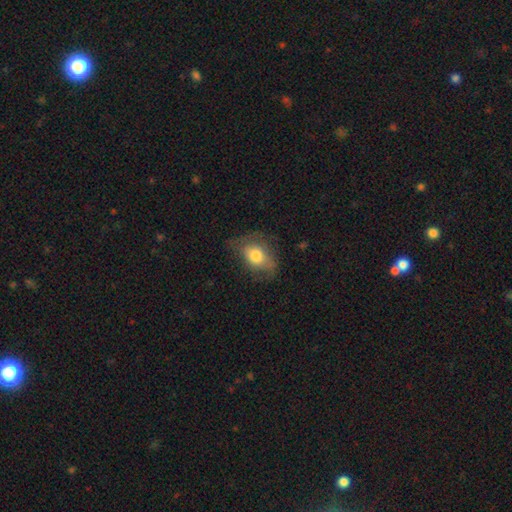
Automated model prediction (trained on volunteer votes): A smooth galaxy with no disk features (70%) that is in between round and cigar-shaped (71%).

Vote fractions:
- Smooth or featured? smooth: 70% / featured or disk: 22% / star or artifact: 8%
- How rounded? in between: 71% / round: 27% / cigar-shaped: 2%
- Merging? none: 55% / minor disturbance: 28% / major disturbance: 16% / merger: 1%